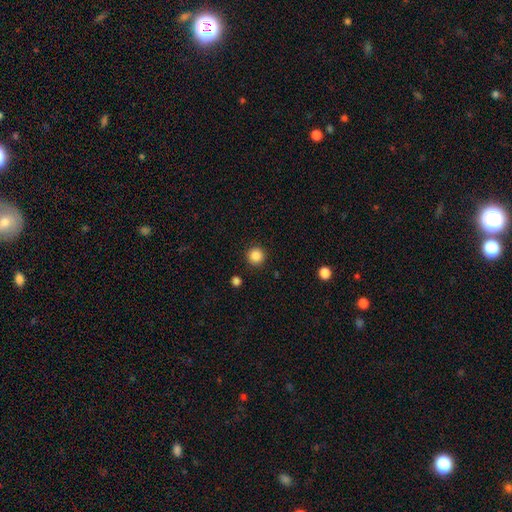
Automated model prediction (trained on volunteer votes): Overall: smooth (86%). How rounded: round (95%). Merging: none (91%).